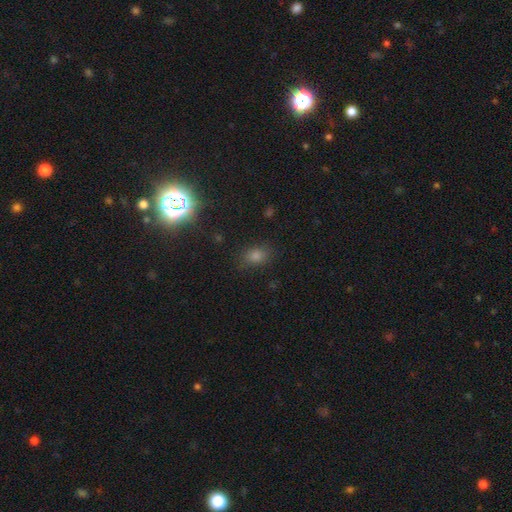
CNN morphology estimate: smooth-or-featured: smooth: 62% | star or artifact: 30% | featured or disk: 8%
  how-rounded: in between: 61% | round: 38% | cigar-shaped: 2%
  merging: none: 81% | minor disturbance: 13% | major disturbance: 4% | merger: 2%